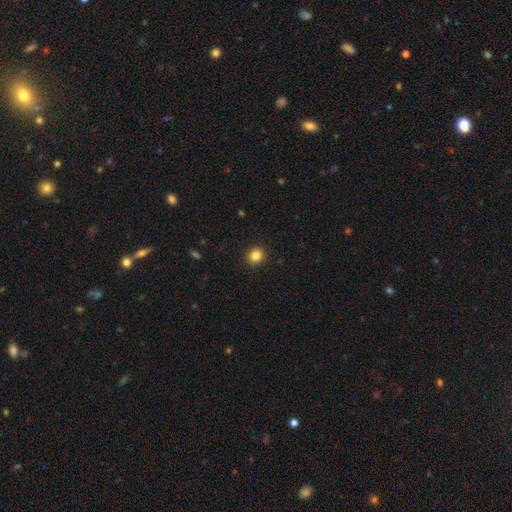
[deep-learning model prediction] This is clearly a smooth galaxy (84%). How rounded: clearly round (85%). Merging: clearly none (92%).